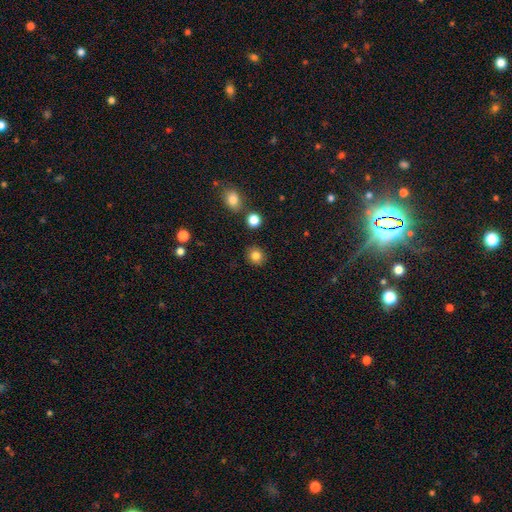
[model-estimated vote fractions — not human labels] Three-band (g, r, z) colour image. It shows a smooth galaxy with no disk features (83%) that is round (86%). Merging: none (89%).